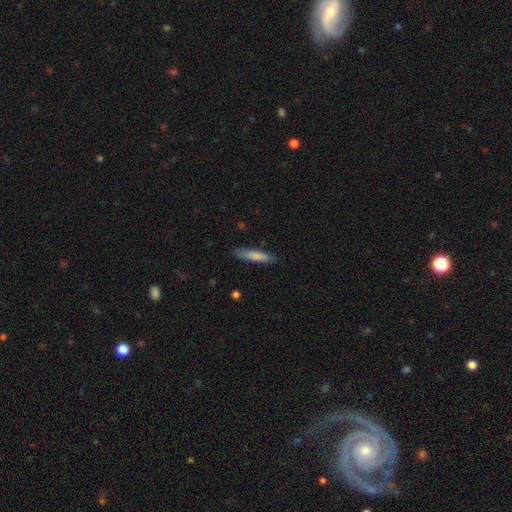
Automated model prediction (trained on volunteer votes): A smooth galaxy with no disk features (80%) that is cigar-shaped (84%).

Vote fractions:
- Smooth or featured? smooth: 80% / featured or disk: 14% / star or artifact: 6%
- How rounded? cigar-shaped: 84% / in between: 15% / round: 1%
- Merging? none: 84% / minor disturbance: 13% / major disturbance: 2% / merger: 1%